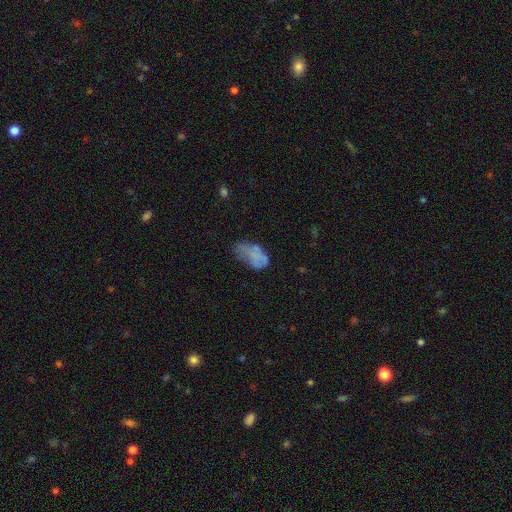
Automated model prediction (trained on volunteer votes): Morphology: type=smooth (61%); roundness=in between (92%); merging=minor disturbance (33%).